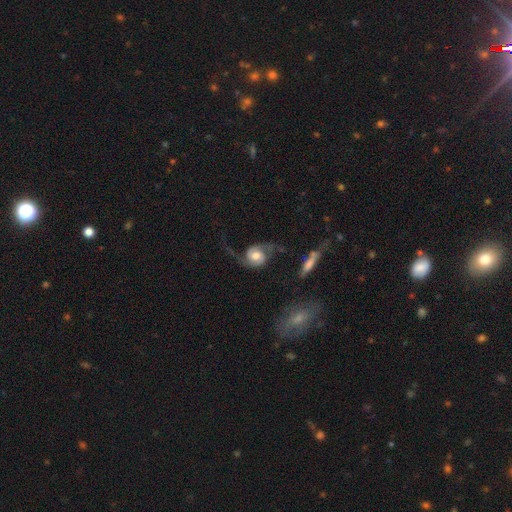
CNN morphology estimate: Smooth or featured? Predicted: featured or disk (p=0.83). Edge-on disk? Predicted: no (p=0.97). Bar? Predicted: no (p=0.55). Spiral arms? Predicted: yes (p=0.96). Spiral winding? Predicted: loose (p=0.49). Spiral arm count? Predicted: 2 (p=0.89). Bulge size? Predicted: moderate (p=0.58). Merging? Predicted: none (p=0.53).